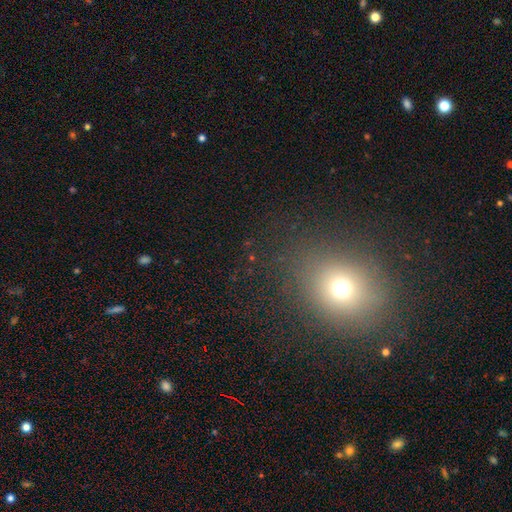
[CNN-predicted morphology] The model was most divided on "how rounded": round: 62%, in between: 36%, cigar-shaped: 1%. More confident: merging — none (83%); smooth or featured — smooth (62%).